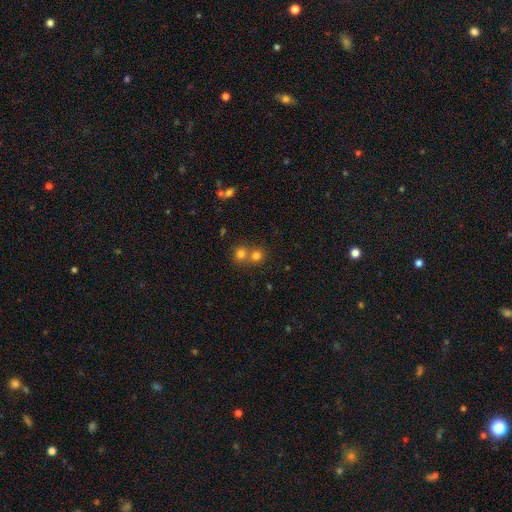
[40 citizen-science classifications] Smooth or featured? smooth (75%)
How rounded? round (97%)
Merging? merger (51%)